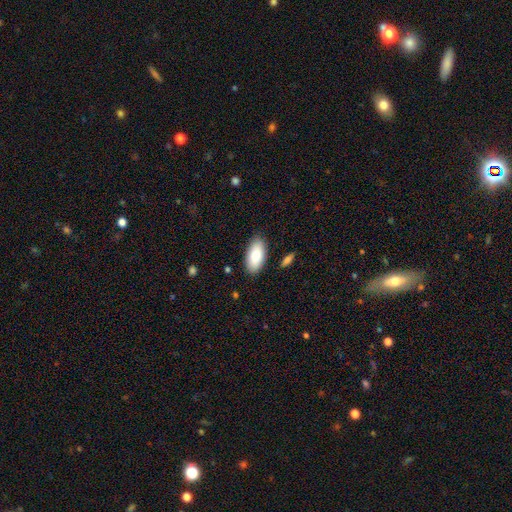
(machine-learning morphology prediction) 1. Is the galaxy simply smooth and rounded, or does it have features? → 83% smooth, 11% featured or disk, 6% star or artifact.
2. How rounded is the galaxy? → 93% in between, 5% cigar-shaped, 2% round.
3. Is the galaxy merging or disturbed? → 85% none, 10% minor disturbance, 2% major disturbance, 2% merger.